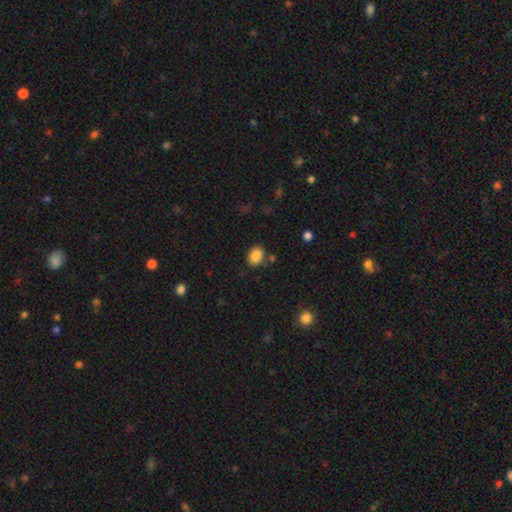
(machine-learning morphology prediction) smooth-or-featured: smooth: 85% | star or artifact: 9% | featured or disk: 5%
  how-rounded: in between: 73% | round: 26% | cigar-shaped: 1%
  merging: none: 78% | minor disturbance: 12% | merger: 6% | major disturbance: 4%